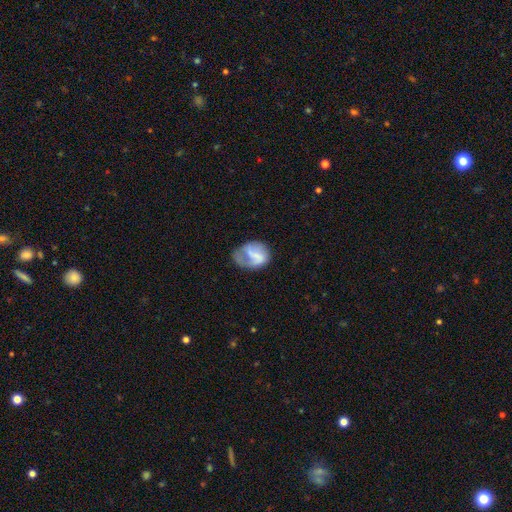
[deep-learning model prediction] Smooth or featured?
  - smooth: 47% *
  - featured or disk: 45%
  - star or artifact: 8%
Merging?
  - none: 34% *
  - major disturbance: 33%
  - minor disturbance: 30%
  - merger: 4%